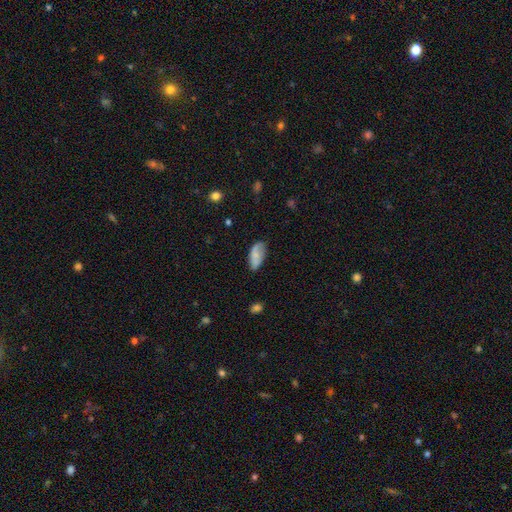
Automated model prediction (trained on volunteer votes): This appears to be a smooth galaxy with no disk features (70%) that is in between round and cigar-shaped (90%). Merging: none (66%).